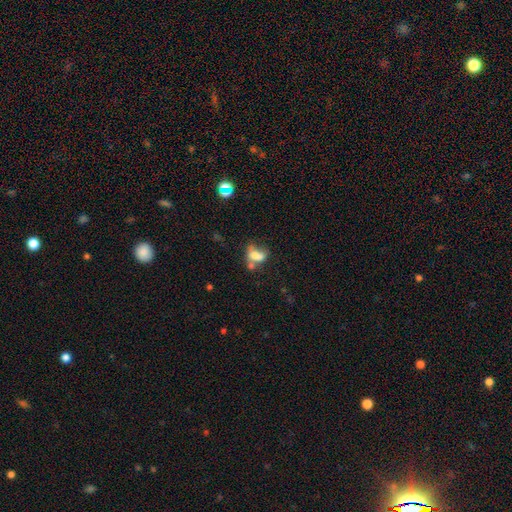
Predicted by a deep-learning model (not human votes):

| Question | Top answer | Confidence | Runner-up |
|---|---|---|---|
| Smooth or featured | smooth | 62% | featured or disk (25%) |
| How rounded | in between | 73% | round (23%) |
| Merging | merger | 48% | none (21%) |